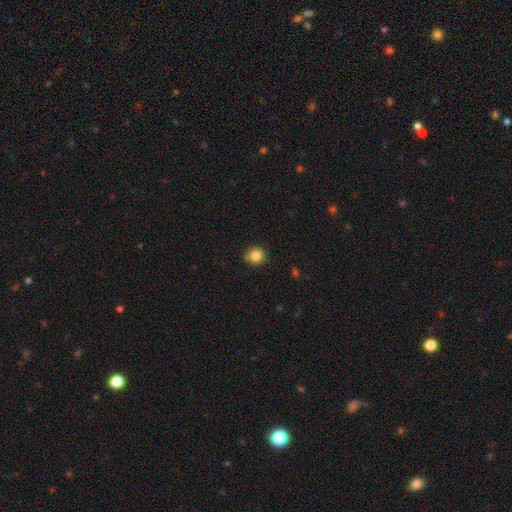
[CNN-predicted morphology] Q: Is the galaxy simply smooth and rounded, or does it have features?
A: smooth — 84%.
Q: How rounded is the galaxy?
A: round — 88%.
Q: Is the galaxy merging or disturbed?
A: none — 81%.